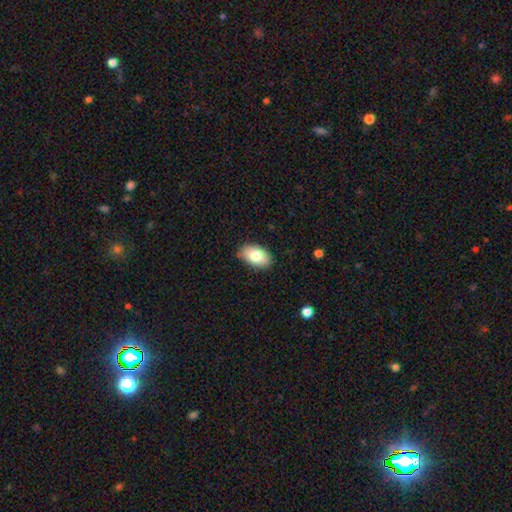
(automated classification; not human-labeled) Overall: smooth (79%). How rounded: in between (92%). Merging: none (83%).